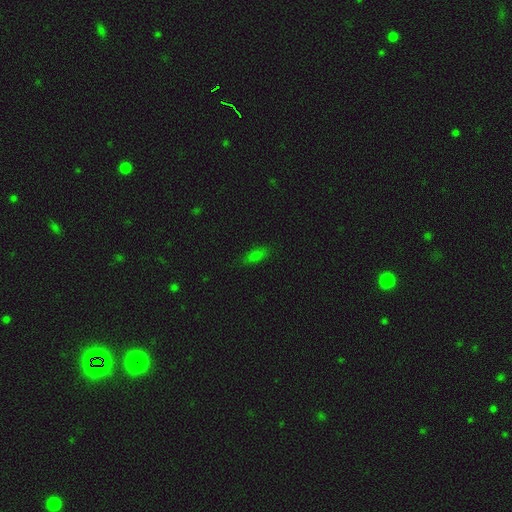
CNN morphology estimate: Smooth or featured? smooth (78%)
How rounded? in between (72%)
Merging? none (83%)